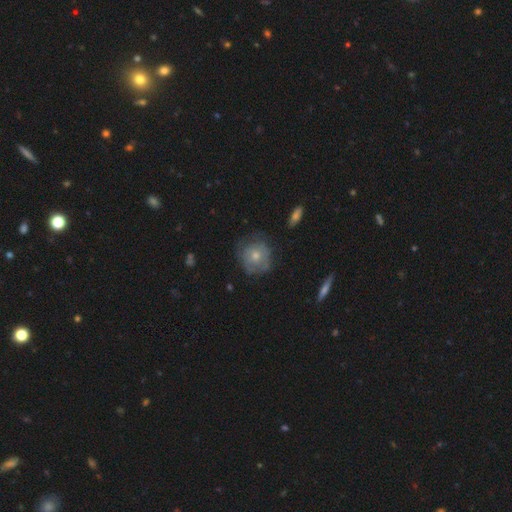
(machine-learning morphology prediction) smooth-or-featured: smooth: 55% | featured or disk: 37% | star or artifact: 8%
  how-rounded: round: 84% | in between: 15% | cigar-shaped: 1%
  merging: none: 60% | minor disturbance: 26% | major disturbance: 12% | merger: 2%